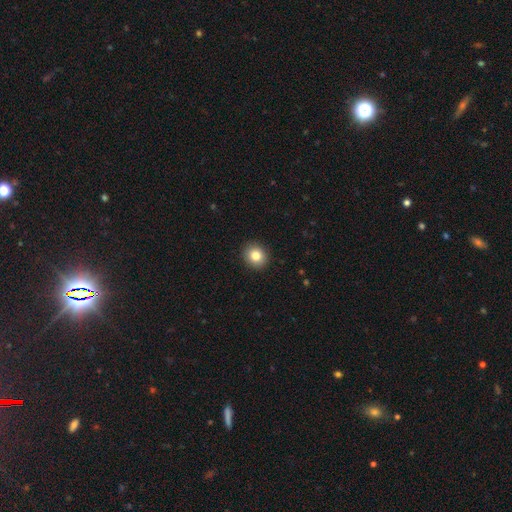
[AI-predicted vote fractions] This is clearly a smooth galaxy (82%). How rounded: likely round (79%). Merging: clearly none (92%).